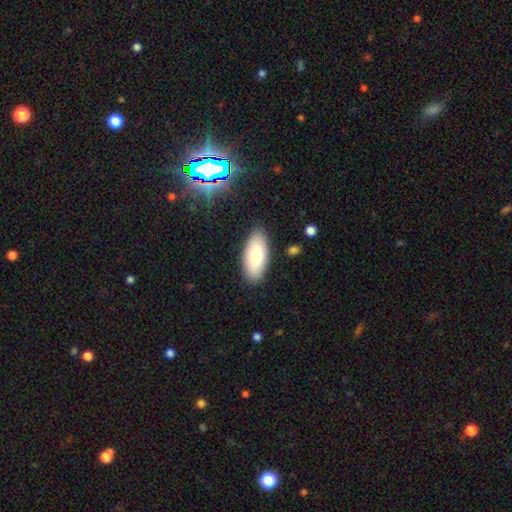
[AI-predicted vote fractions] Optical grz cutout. It shows a smooth galaxy with no disk features (82%) that is in between round and cigar-shaped (89%). Merging: none (85%).